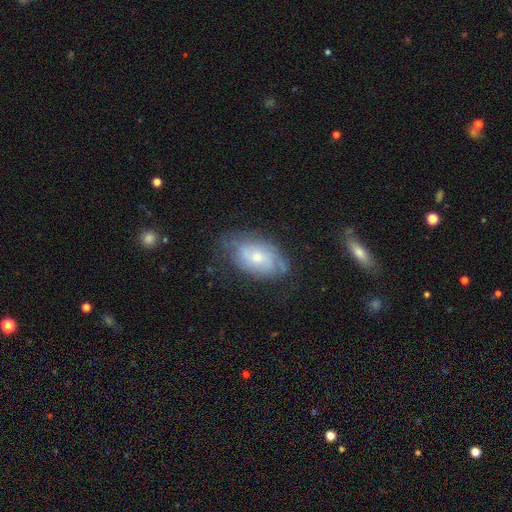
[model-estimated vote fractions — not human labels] A featured or disk galaxy (60%) with no bar (70%), spiral arms (78%) and a small central bulge (50%).

Vote fractions:
- Smooth or featured? featured or disk: 60% / smooth: 31% / star or artifact: 10%
- Edge-on disk? no: 93% / yes: 7%
- Bar? no: 70% / weak: 26% / strong: 4%
- Spiral arms? yes: 78% / no: 22%
- Bulge size? small: 50% / moderate: 44% / large: 2% / none: 2% / dominant: 1%
- Merging? none: 66% / minor disturbance: 24% / major disturbance: 8% / merger: 2%